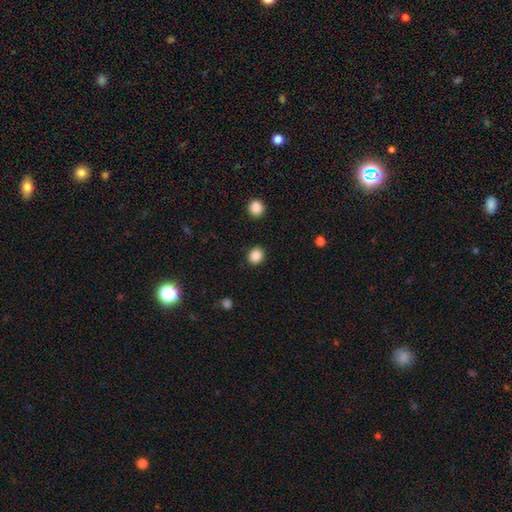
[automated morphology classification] This appears to be a smooth galaxy with no disk features (87%) that is round (79%). Merging: none (90%).